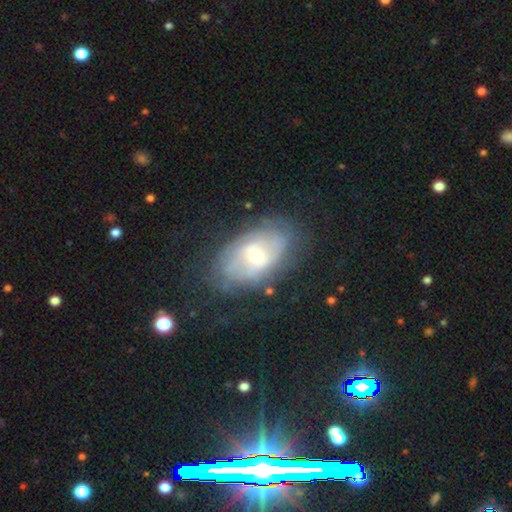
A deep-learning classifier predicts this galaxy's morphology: Overall: featured or disk (58%; smooth 33%). Edge-on disk: no (93%). Bar: no (57%; weak 35%). Spiral arms: yes (65%; no 35%). Bulge size: moderate (45%; small 28%). Merging: none (62%; minor disturbance 23%).